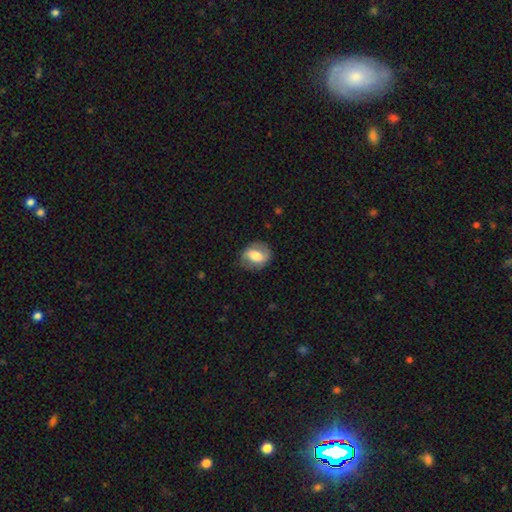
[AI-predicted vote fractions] Smooth or featured? Predicted: featured or disk (p=0.49). Merging? Predicted: none (p=0.79).